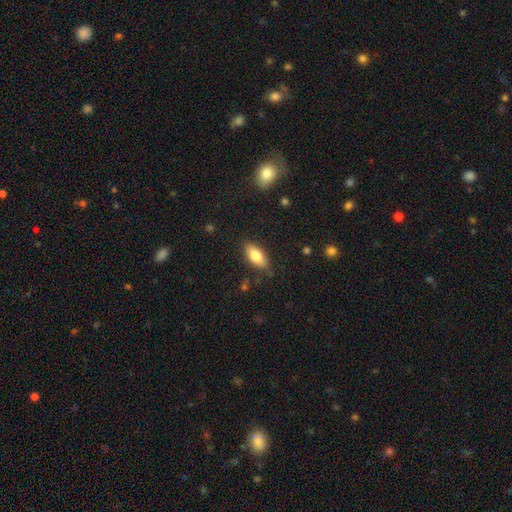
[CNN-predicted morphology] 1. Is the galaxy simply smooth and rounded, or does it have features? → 77% smooth, 16% featured or disk, 7% star or artifact.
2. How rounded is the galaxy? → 83% in between, 14% cigar-shaped, 3% round.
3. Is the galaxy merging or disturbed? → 82% none, 13% minor disturbance, 3% major disturbance, 1% merger.